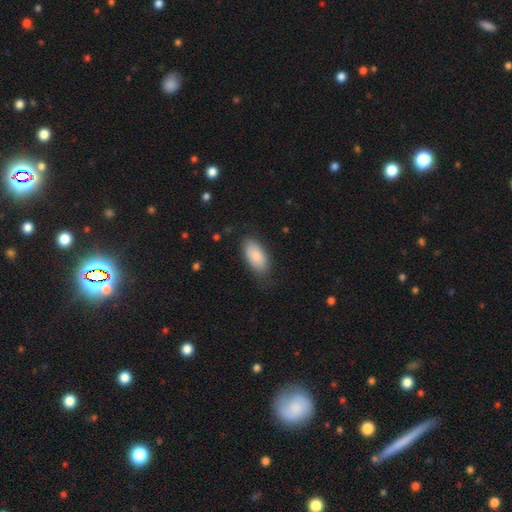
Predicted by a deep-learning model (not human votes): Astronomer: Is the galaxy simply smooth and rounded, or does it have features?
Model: smooth — 78%.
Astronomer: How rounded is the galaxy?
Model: in between — 93%.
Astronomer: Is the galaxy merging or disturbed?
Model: none — 75%.